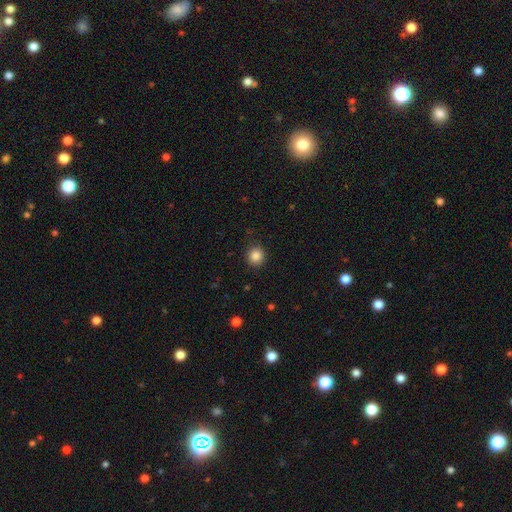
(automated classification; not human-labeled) A smooth galaxy with no disk features (86%) that is round (90%).

Vote fractions:
- Smooth or featured? smooth: 86% / star or artifact: 10% / featured or disk: 4%
- How rounded? round: 90% / in between: 9% / cigar-shaped: 1%
- Merging? none: 88% / minor disturbance: 8% / major disturbance: 2% / merger: 1%